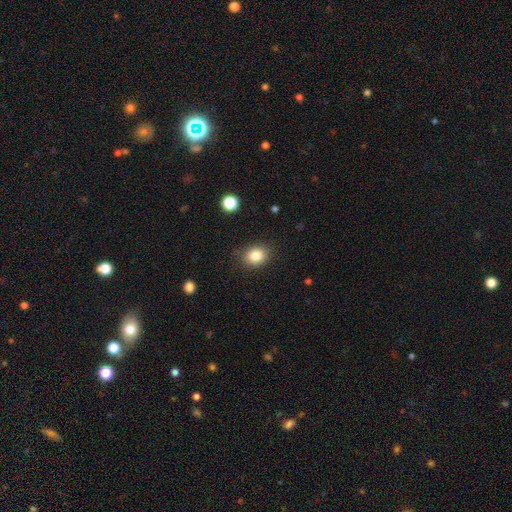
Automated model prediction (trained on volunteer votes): Morphology: type=smooth (84%); roundness=in between (53%); merging=none (83%).